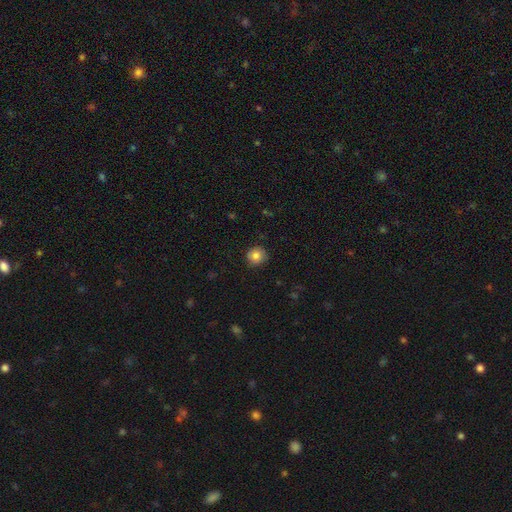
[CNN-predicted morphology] The model was most divided on "smooth or featured": smooth: 84%, star or artifact: 10%, featured or disk: 7%. More confident: how rounded — round (92%); merging — none (88%).